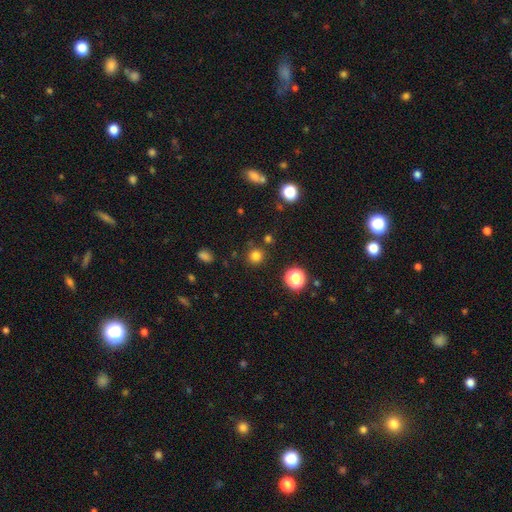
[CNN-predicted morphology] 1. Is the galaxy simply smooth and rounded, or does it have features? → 77% smooth, 18% star or artifact, 5% featured or disk.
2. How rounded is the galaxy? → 93% round, 6% in between, 1% cigar-shaped.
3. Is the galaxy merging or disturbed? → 86% none, 7% minor disturbance, 4% merger, 3% major disturbance.